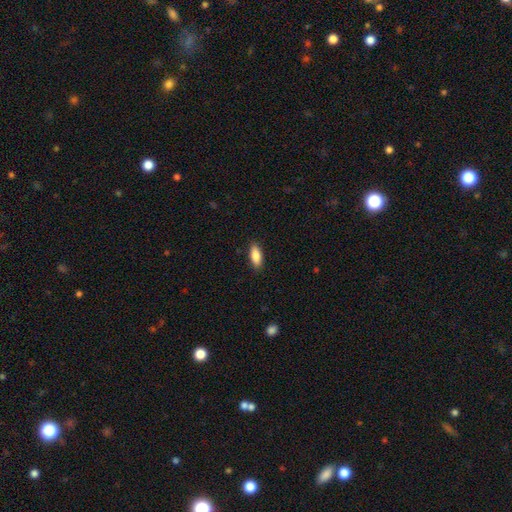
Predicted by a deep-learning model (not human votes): A smooth galaxy with no disk features (87%) that is in between round and cigar-shaped (82%). Merging: none (88%).